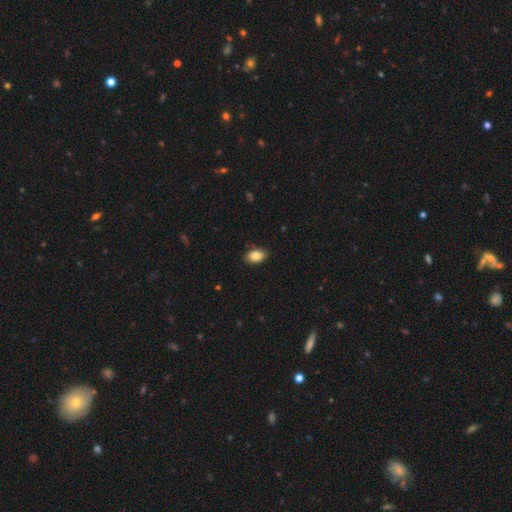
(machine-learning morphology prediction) This appears to be a smooth galaxy with no disk features (86%) that is in between round and cigar-shaped (90%). Merging: none (86%).